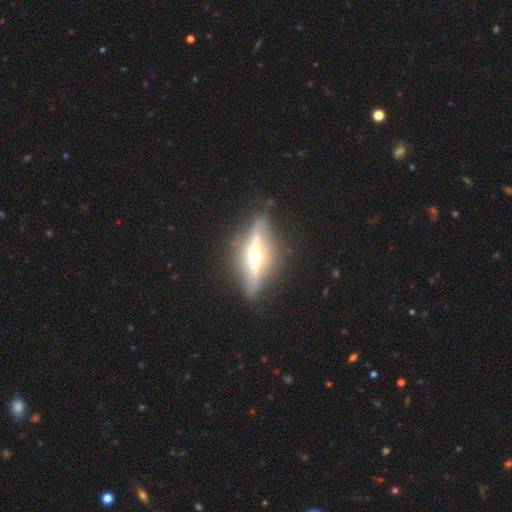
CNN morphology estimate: smooth-or-featured: featured or disk: 76% | smooth: 18% | star or artifact: 6%
  disk-edge-on: yes: 89% | no: 11%
    edge-on-bulge: rounded: 91% | boxy: 6% | none: 3%
  merging: none: 81% | minor disturbance: 12% | major disturbance: 6% | merger: 2%